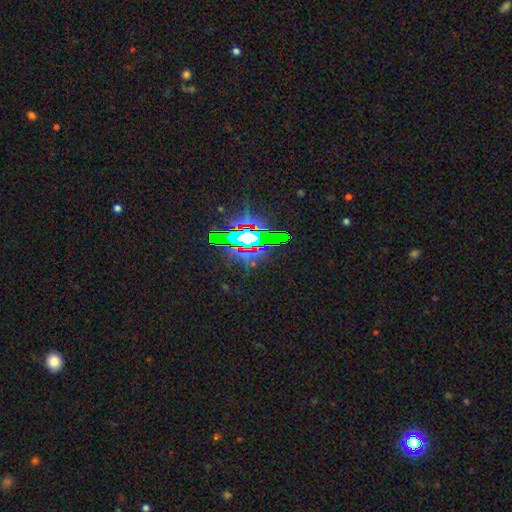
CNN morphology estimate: The model was most divided on "smooth or featured": star or artifact: 72%, featured or disk: 16%, smooth: 12%.